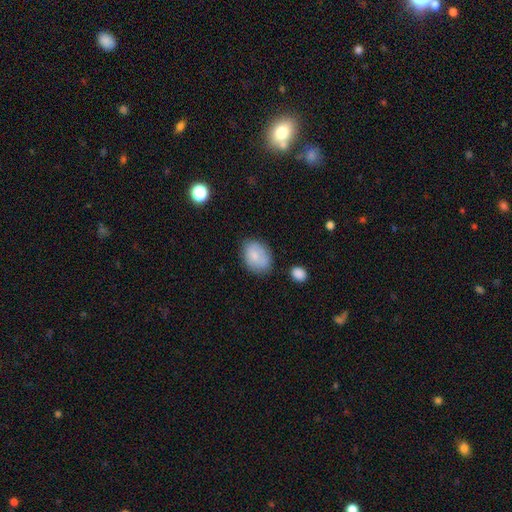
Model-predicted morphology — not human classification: This is likely a smooth galaxy (78%). How rounded: likely in between (76%). Merging: likely none (70%).